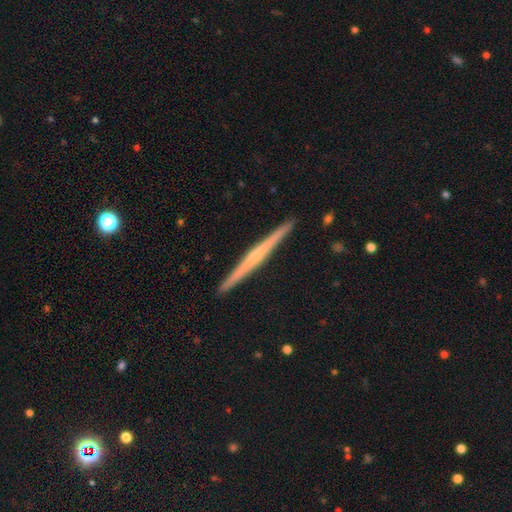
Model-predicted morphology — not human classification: A featured or disk galaxy (69%) viewed edge-on (98%) with no central bulge (55%).

Vote fractions:
- Smooth or featured? featured or disk: 69% / smooth: 26% / star or artifact: 5%
- Edge-on disk? yes: 98% / no: 2%
- Edge-on bulge? none: 55% / rounded: 38% / boxy: 7%
- Merging? none: 93% / minor disturbance: 5% / major disturbance: 1% / merger: 1%